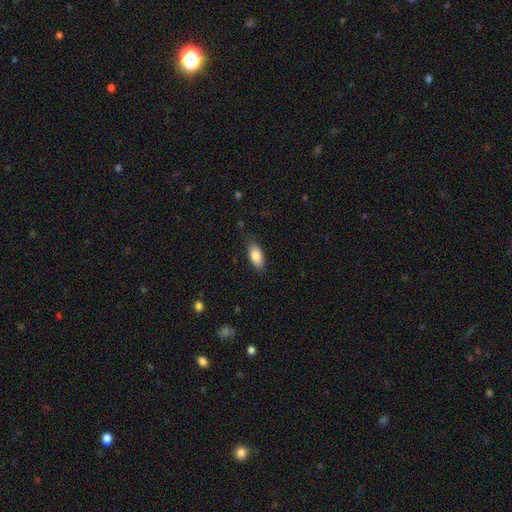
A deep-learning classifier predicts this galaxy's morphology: Q: Smooth or featured?
A: smooth (83%); runner-up: featured or disk (11%)
Q: How rounded?
A: in between (87%); runner-up: cigar-shaped (10%)
Q: Merging?
A: none (80%); runner-up: minor disturbance (15%)